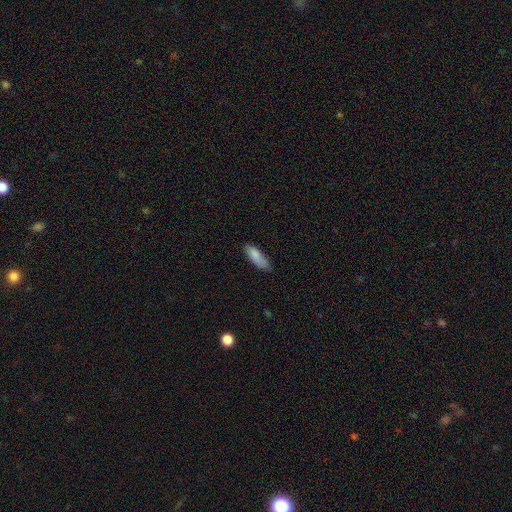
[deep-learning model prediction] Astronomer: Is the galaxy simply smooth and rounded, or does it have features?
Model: smooth — 86%.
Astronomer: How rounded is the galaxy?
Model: in between — 55% (runner-up: cigar-shaped, 43%).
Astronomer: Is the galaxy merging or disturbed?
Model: none — 70%.